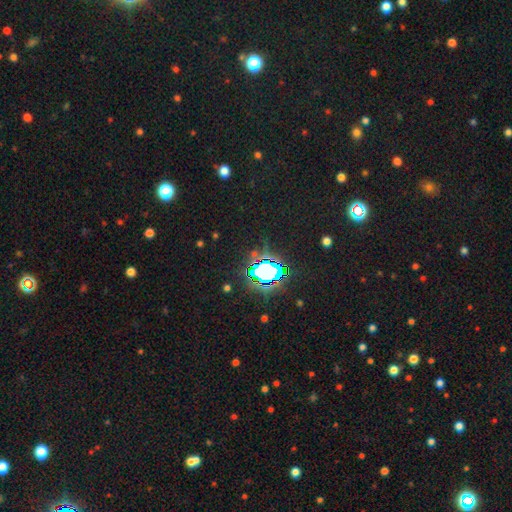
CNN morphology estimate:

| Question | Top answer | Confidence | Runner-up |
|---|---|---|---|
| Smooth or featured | star or artifact | 75% | smooth (17%) |